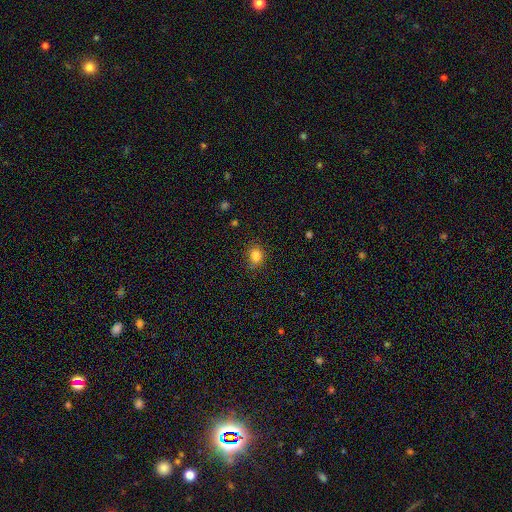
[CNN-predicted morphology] Overall: smooth (83%). How rounded: round (63%; in between 36%). Merging: none (81%).